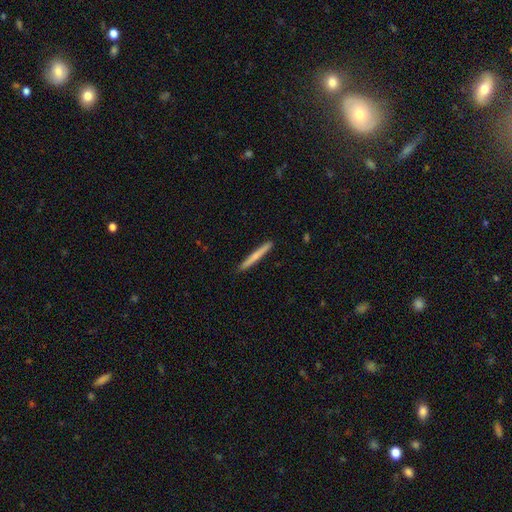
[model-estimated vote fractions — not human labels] Smooth or featured? smooth (59%)
How rounded? cigar-shaped (97%)
Merging? none (92%)